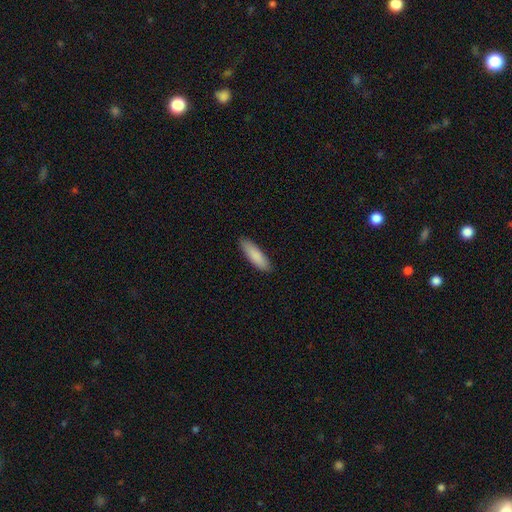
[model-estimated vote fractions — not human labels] Smooth or featured: smooth — 88% (featured or disk — 7%)
How rounded: cigar-shaped — 56% (in between — 43%)
Merging: none — 88% (minor disturbance — 9%)